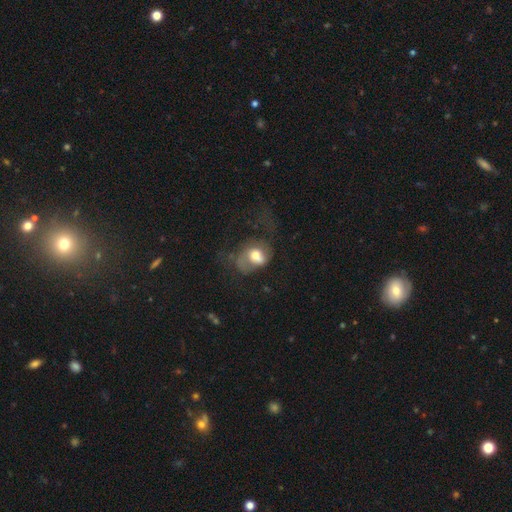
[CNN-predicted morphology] Smooth or featured? Predicted: smooth (p=0.50). How rounded? Predicted: in between (p=0.57). Merging? Predicted: major disturbance (p=0.47).